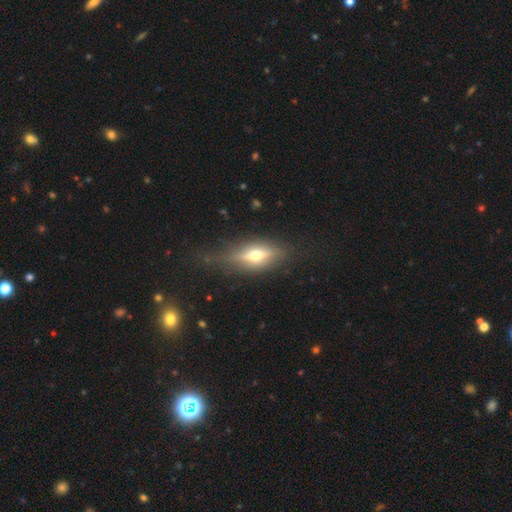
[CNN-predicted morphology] This is possibly a featured or disk galaxy (59%). It is clearly viewed edge-on (86%). Edge-on bulge: clearly rounded (93%). Merging: likely none (72%).